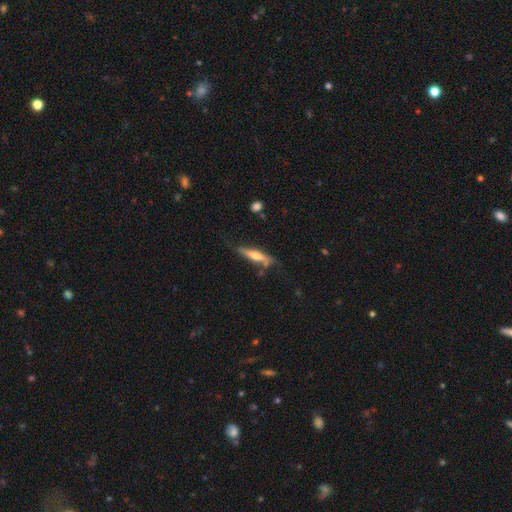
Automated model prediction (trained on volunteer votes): A featured or disk galaxy (54%) viewed edge-on (87%).

Vote fractions:
- Smooth or featured? featured or disk: 54% / smooth: 40% / star or artifact: 6%
- Edge-on disk? yes: 87% / no: 13%
- Merging? none: 59% / minor disturbance: 27% / major disturbance: 9% / merger: 6%